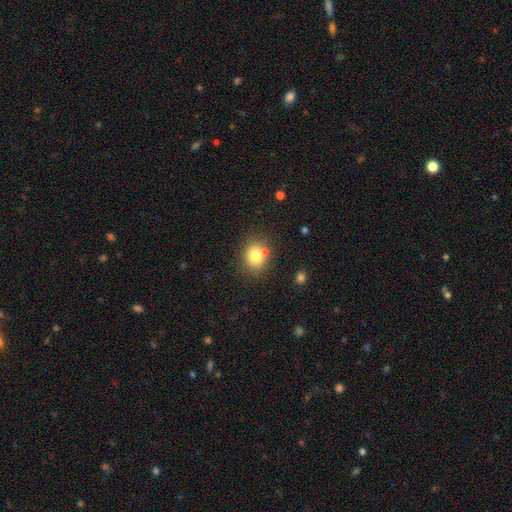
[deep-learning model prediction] This is likely a smooth galaxy (79%). How rounded: likely round (62%). Merging: likely none (73%).